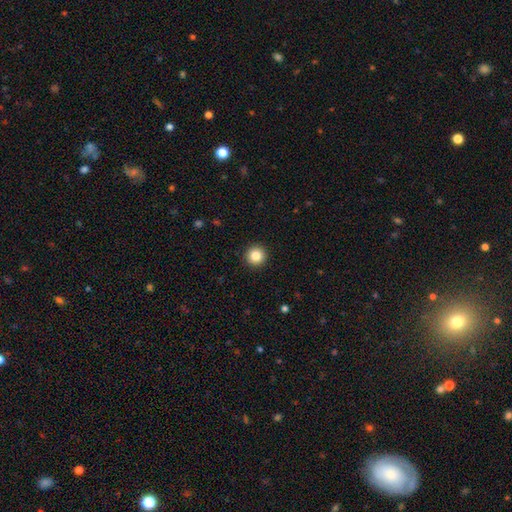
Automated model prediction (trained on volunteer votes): Overall: smooth (84%). How rounded: round (96%). Merging: none (93%).